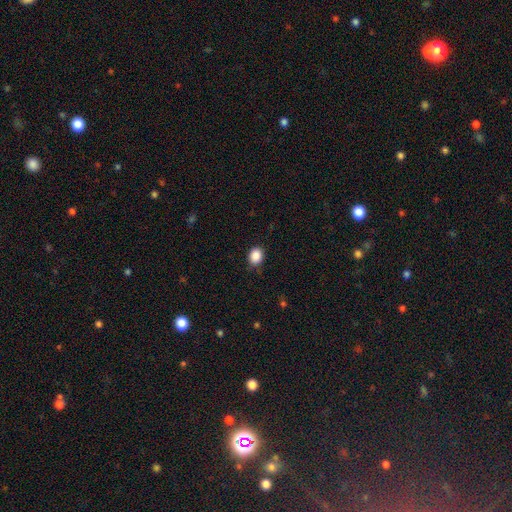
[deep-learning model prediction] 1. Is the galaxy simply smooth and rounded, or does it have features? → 88% smooth, 9% star or artifact, 3% featured or disk.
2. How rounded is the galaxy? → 51% round, 48% in between, 1% cigar-shaped.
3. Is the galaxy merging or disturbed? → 84% none, 12% minor disturbance, 3% major disturbance, 1% merger.